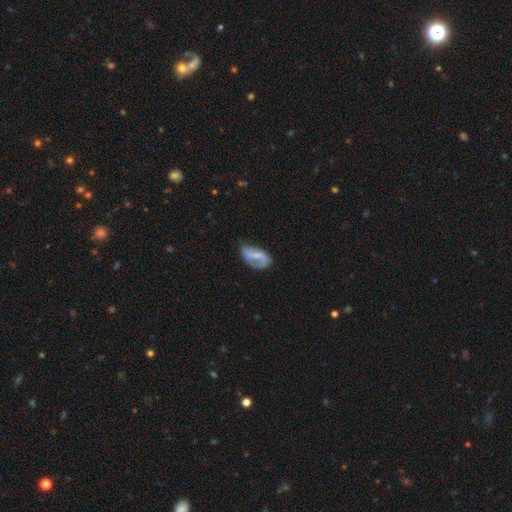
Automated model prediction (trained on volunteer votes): Morphology: type=featured or disk (52%); edge-on=no (96%); merging=none (44%).